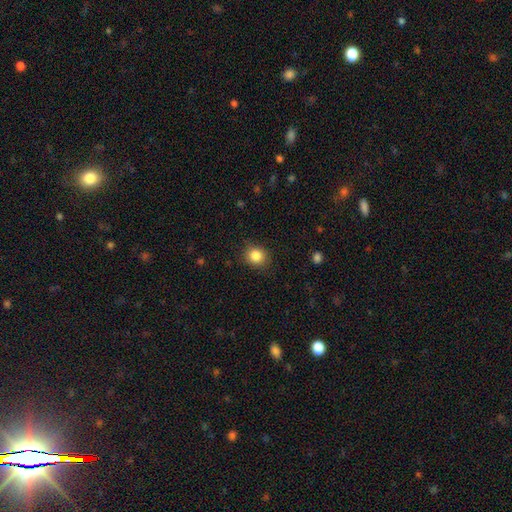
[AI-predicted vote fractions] A smooth galaxy with no disk features (85%) that is round (78%). Merging: none (86%).